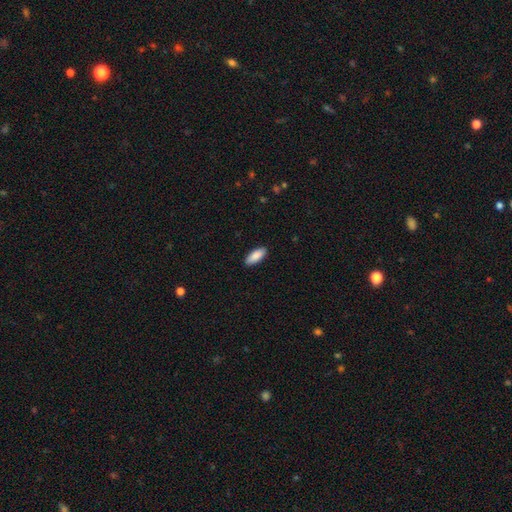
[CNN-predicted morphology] Overall: smooth (89%). How rounded: in between (78%). Merging: none (90%).